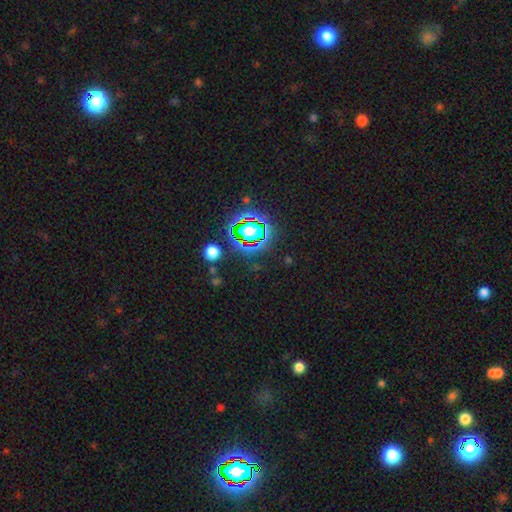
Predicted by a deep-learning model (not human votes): This is likely a star or artifact rather than a galaxy (79%).